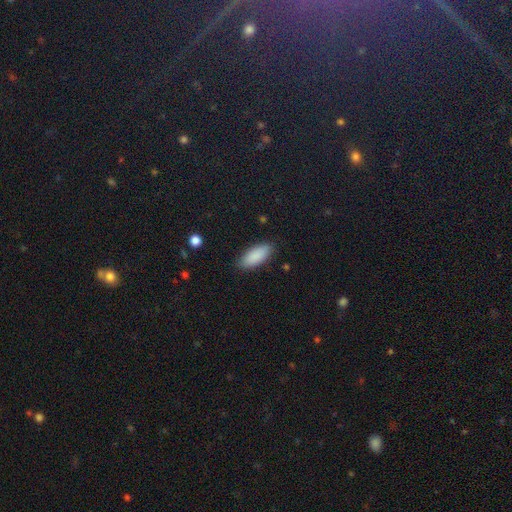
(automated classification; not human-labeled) A smooth galaxy with no disk features (89%) that is in between round and cigar-shaped (83%). Merging: none (85%).